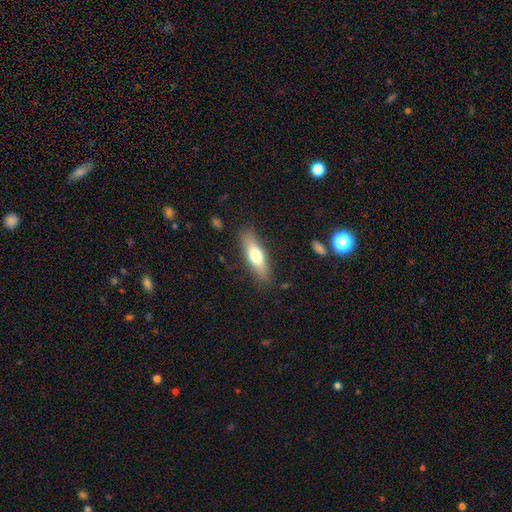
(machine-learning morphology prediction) Q: Smooth or featured?
A: smooth (66%); runner-up: featured or disk (28%)
Q: How rounded?
A: cigar-shaped (55%); runner-up: in between (43%)
Q: Merging?
A: none (85%); runner-up: minor disturbance (11%)